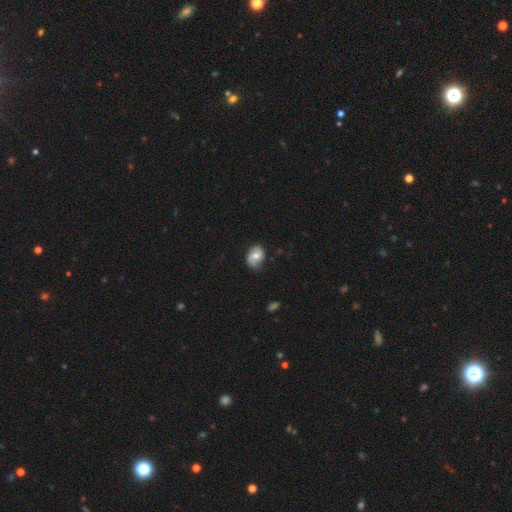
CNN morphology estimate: Smooth or featured? featured or disk (48%)
Merging? none (66%)